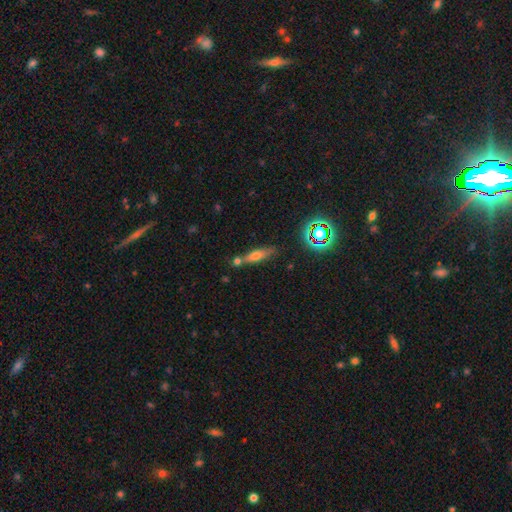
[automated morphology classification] smooth_or_featured: smooth (p=0.54) [alt: featured or disk p=0.29]
how_rounded: cigar-shaped (p=0.63) [alt: in between p=0.32]
merging: none (p=0.59) [alt: merger p=0.21]